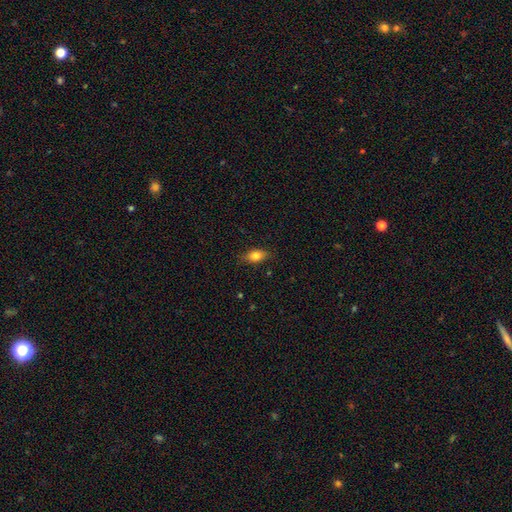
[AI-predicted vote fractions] Q: Smooth or featured?
A: smooth (81%); runner-up: featured or disk (11%)
Q: How rounded?
A: in between (83%); runner-up: round (10%)
Q: Merging?
A: none (81%); runner-up: minor disturbance (15%)